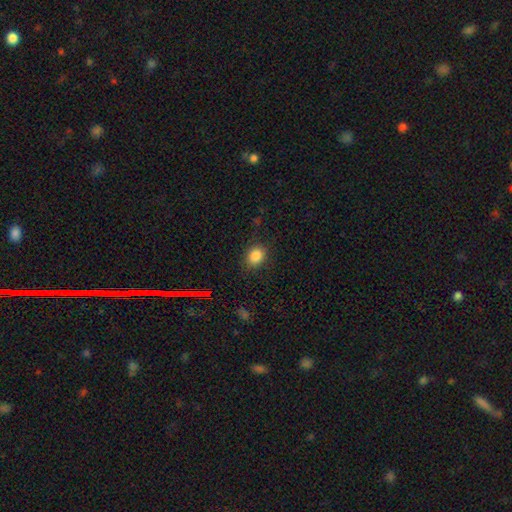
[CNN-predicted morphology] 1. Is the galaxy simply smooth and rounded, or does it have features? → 84% smooth, 11% star or artifact, 5% featured or disk.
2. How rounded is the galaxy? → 51% in between, 48% round, 1% cigar-shaped.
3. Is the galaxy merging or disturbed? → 85% none, 10% minor disturbance, 3% major disturbance, 1% merger.